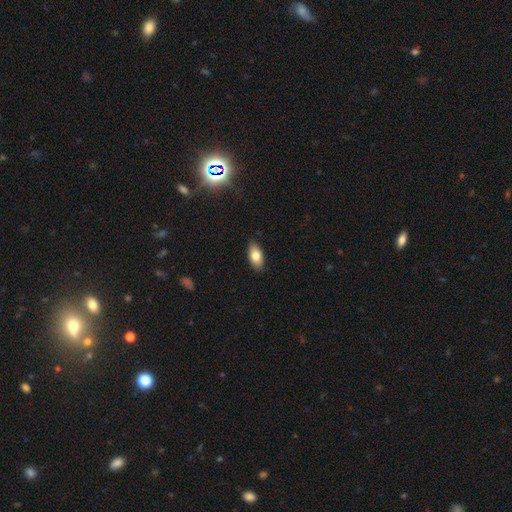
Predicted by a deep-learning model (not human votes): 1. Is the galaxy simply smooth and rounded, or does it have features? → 79% smooth, 14% featured or disk, 7% star or artifact.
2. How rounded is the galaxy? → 91% in between, 6% cigar-shaped, 4% round.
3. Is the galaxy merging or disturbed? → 89% none, 8% minor disturbance, 2% major disturbance, 1% merger.